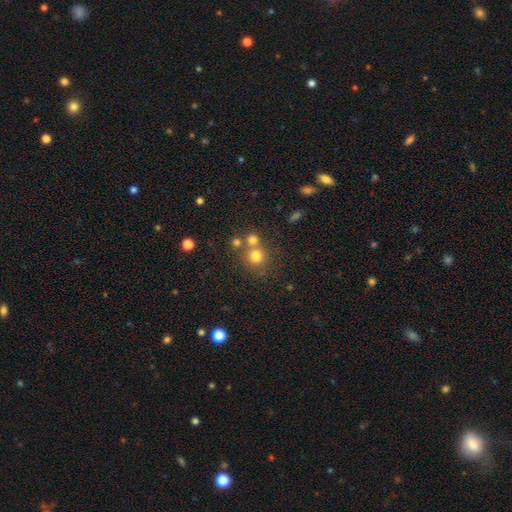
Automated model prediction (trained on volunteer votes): smooth_or_featured: smooth (p=0.74) [alt: star or artifact p=0.16]
how_rounded: round (p=0.86) [alt: in between p=0.13]
merging: none (p=0.57) [alt: merger p=0.31]